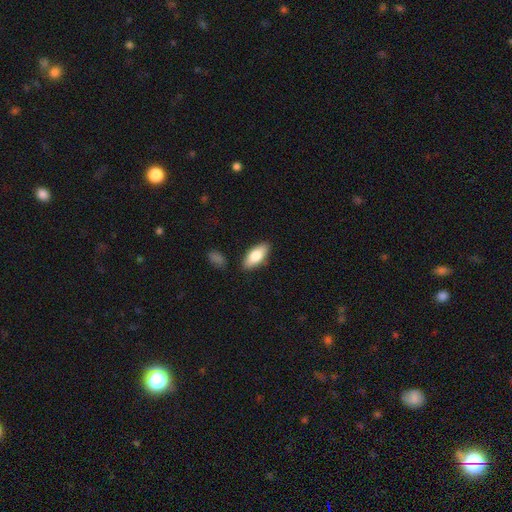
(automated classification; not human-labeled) smooth-or-featured: smooth: 78% | featured or disk: 16% | star or artifact: 6%
  how-rounded: in between: 84% | cigar-shaped: 14% | round: 2%
  merging: none: 86% | minor disturbance: 10% | merger: 2% | major disturbance: 2%